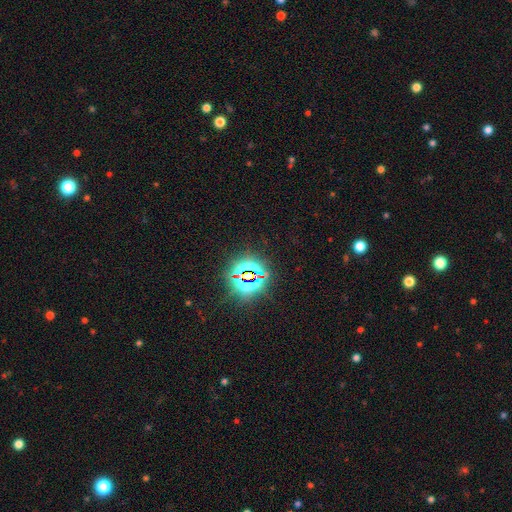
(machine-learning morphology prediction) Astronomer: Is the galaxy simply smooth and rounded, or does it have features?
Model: star or artifact — 81%.